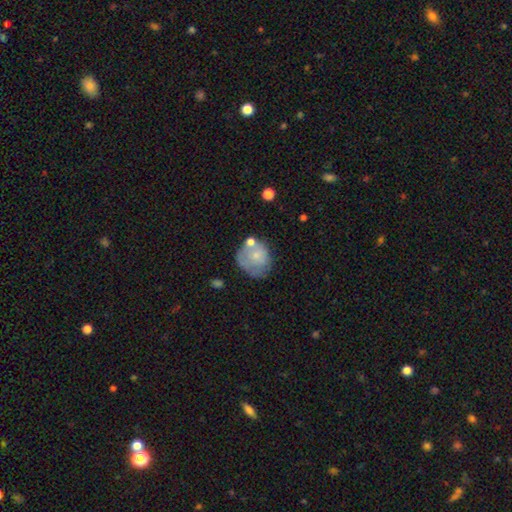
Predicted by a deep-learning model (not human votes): A smooth galaxy with no disk features (64%) that is round (73%). Merging: none (47%).